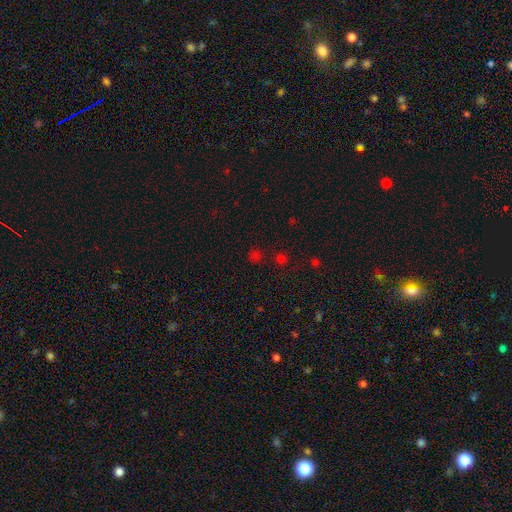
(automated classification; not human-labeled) This is possibly a smooth galaxy (53%). How rounded: clearly round (86%). Merging: likely none (76%).